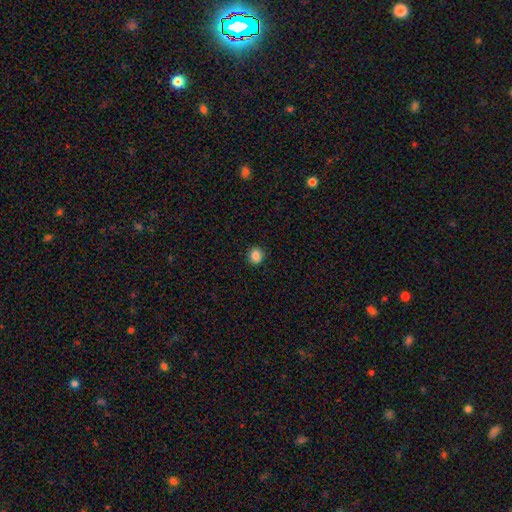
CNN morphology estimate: smooth-or-featured: smooth: 86% | star or artifact: 10% | featured or disk: 4%
  how-rounded: round: 89% | in between: 11% | cigar-shaped: 1%
  merging: none: 93% | minor disturbance: 5% | major disturbance: 2% | merger: 1%